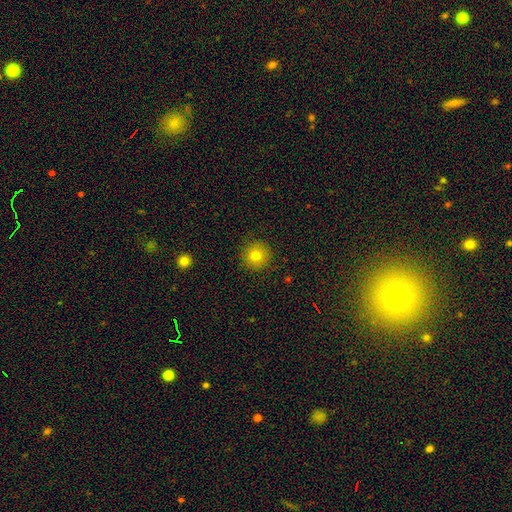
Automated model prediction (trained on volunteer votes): Q: Smooth or featured?
A: smooth (78%); runner-up: star or artifact (12%)
Q: How rounded?
A: round (95%); runner-up: in between (4%)
Q: Merging?
A: none (90%); runner-up: minor disturbance (6%)